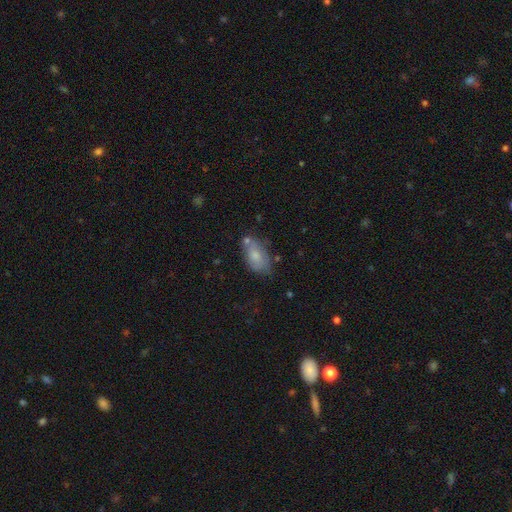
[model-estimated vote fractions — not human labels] Q: Smooth or featured?
A: smooth (69%); runner-up: featured or disk (23%)
Q: How rounded?
A: in between (92%); runner-up: round (5%)
Q: Merging?
A: none (54%); runner-up: minor disturbance (26%)